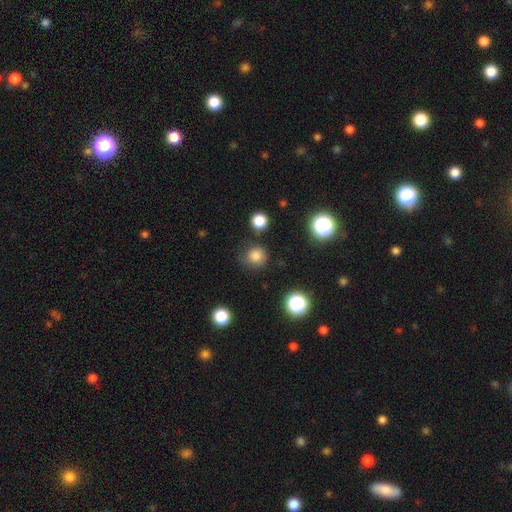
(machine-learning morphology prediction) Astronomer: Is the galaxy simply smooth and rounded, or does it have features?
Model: smooth — 80%.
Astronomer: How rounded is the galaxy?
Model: round — 90%.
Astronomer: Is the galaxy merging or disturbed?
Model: none — 77%.